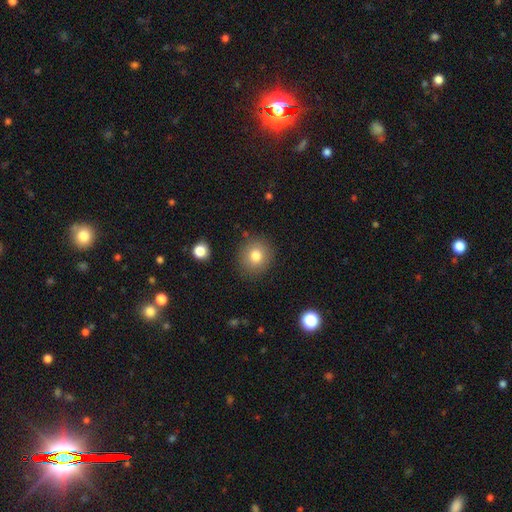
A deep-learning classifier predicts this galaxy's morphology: A smooth galaxy with no disk features (80%) that is round (88%). Merging: none (86%).